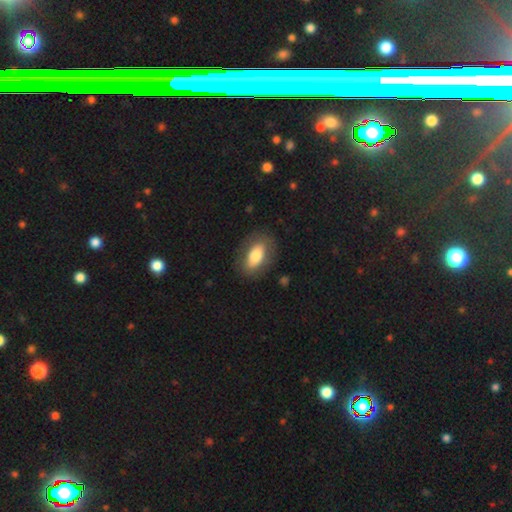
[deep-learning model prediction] A smooth galaxy with no disk features (70%) that is in between round and cigar-shaped (88%).

Vote fractions:
- Smooth or featured? smooth: 70% / featured or disk: 24% / star or artifact: 6%
- How rounded? in between: 88% / round: 7% / cigar-shaped: 4%
- Merging? none: 82% / minor disturbance: 12% / major disturbance: 5% / merger: 1%